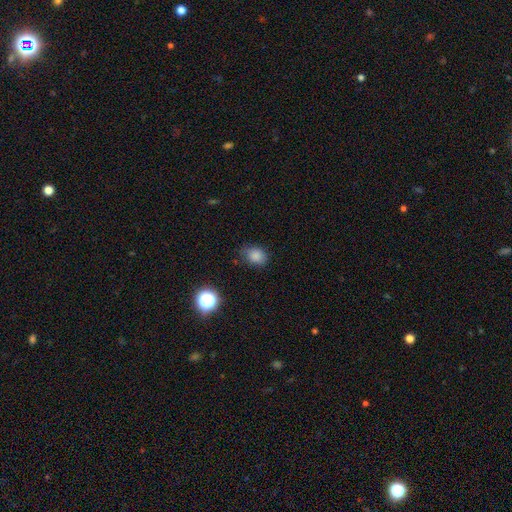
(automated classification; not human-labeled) Overall: smooth (82%). How rounded: in between (56%; round 43%). Merging: none (70%).